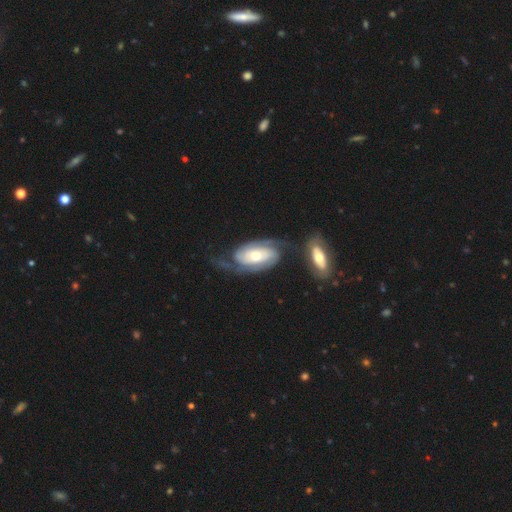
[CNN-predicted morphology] Overall: featured or disk (87%). Edge-on disk: no (96%). Bar: no (58%; weak 26%). Spiral arms: yes (97%). Spiral arm count: 2 (86%). Spiral winding: tight (52%; medium 36%). Bulge size: moderate (61%; small 25%). Merging: none (56%; minor disturbance 17%).